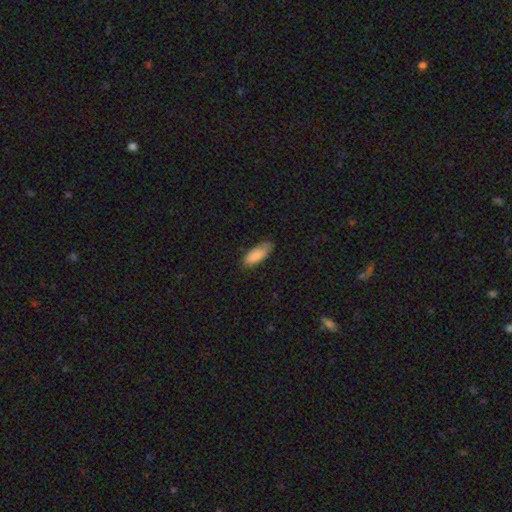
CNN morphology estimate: smooth-or-featured: smooth: 87% | featured or disk: 6% | star or artifact: 6%
  how-rounded: in between: 76% | cigar-shaped: 23% | round: 2%
  merging: none: 73% | minor disturbance: 22% | major disturbance: 4% | merger: 1%